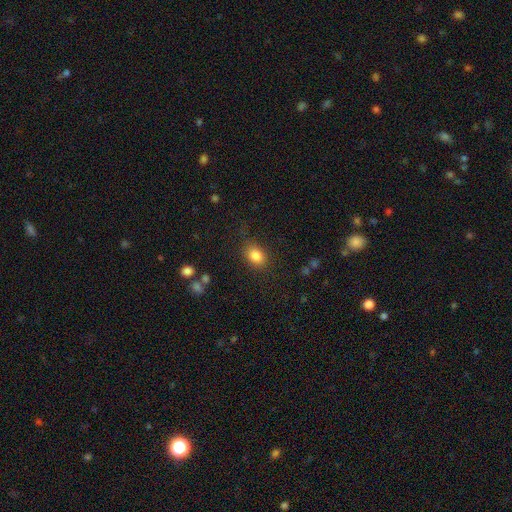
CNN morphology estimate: Smooth or featured: smooth — 84% (star or artifact — 10%)
How rounded: in between — 69% (round — 30%)
Merging: none — 81% (minor disturbance — 13%)